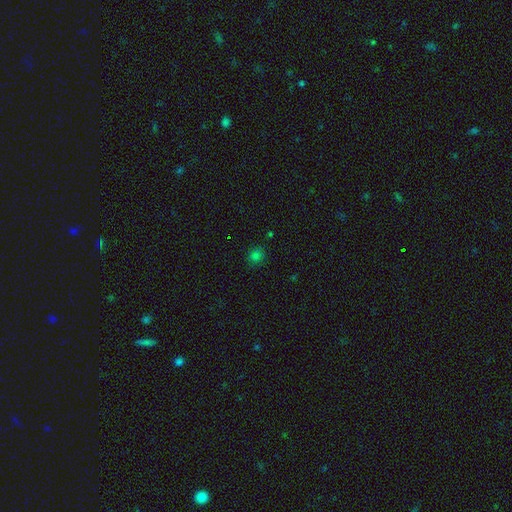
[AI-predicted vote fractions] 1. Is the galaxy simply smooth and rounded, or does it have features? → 77% smooth, 18% star or artifact, 5% featured or disk.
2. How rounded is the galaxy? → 77% round, 22% in between, 1% cigar-shaped.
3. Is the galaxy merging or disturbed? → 87% none, 9% minor disturbance, 2% major disturbance, 2% merger.